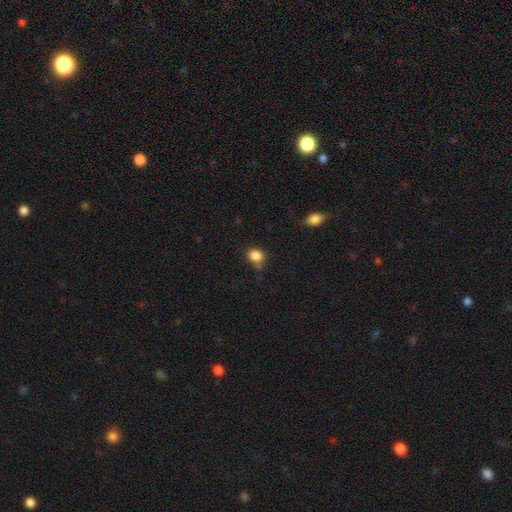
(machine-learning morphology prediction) smooth-or-featured: smooth: 85% | star or artifact: 10% | featured or disk: 5%
  how-rounded: round: 56% | in between: 43% | cigar-shaped: 1%
  merging: none: 62% | minor disturbance: 25% | merger: 7% | major disturbance: 7%